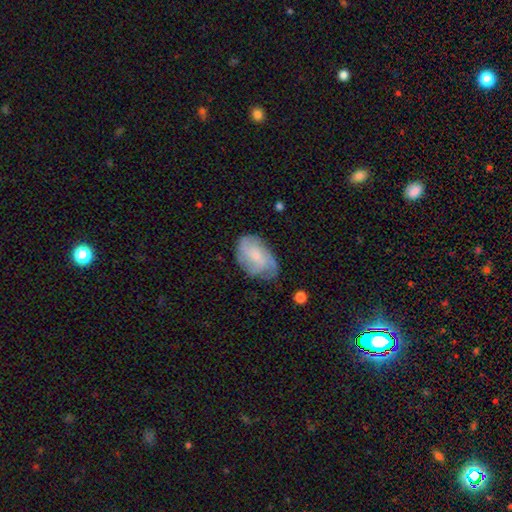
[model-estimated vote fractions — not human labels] This appears to be a featured or disk galaxy (55%) with no bar (60%), spiral arms (85%) and a small central bulge (50%). Merging: none (61%).